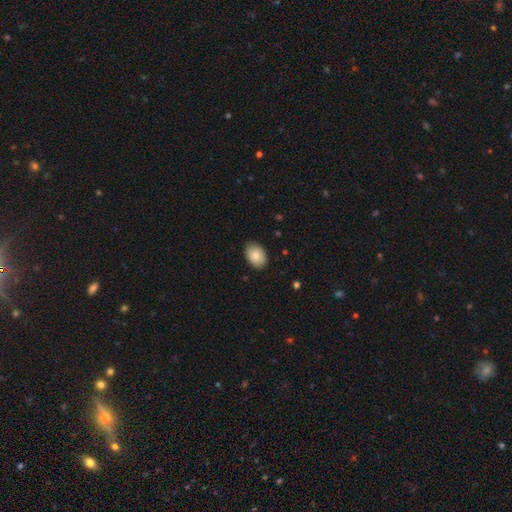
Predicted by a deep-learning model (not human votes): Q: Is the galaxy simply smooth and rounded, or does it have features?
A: smooth — 87%.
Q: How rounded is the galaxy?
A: in between — 83%.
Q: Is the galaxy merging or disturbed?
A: none — 84%.